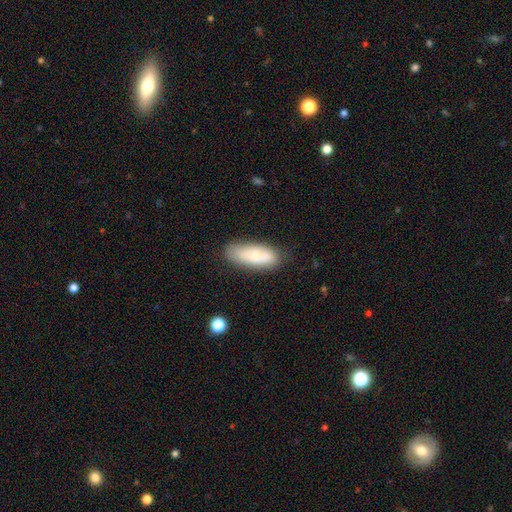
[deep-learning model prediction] The model was most divided on "how rounded": in between: 75%, cigar-shaped: 23%, round: 2%. More confident: smooth or featured — smooth (75%); merging — none (72%).